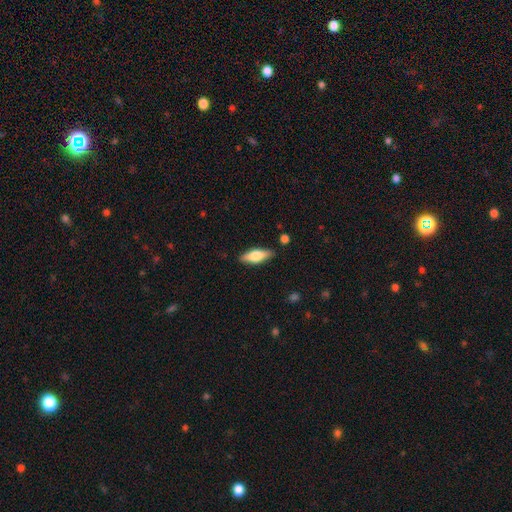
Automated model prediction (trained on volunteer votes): smooth 65%, featured or disk 29%, star or artifact 6%. Down the decision tree: how rounded — in between (64%); merging — none (85%).